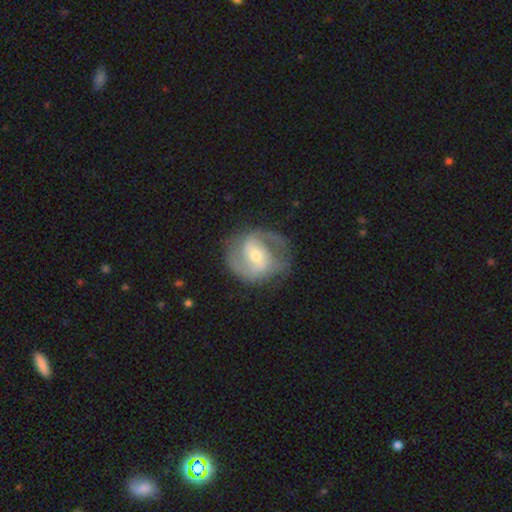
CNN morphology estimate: Smooth or featured? Predicted: featured or disk (p=0.83). Edge-on disk? Predicted: no (p=0.97). Bar? Predicted: weak (p=0.46). Spiral arms? Predicted: yes (p=0.94). Spiral winding? Predicted: medium (p=0.53). Spiral arm count? Predicted: 2 (p=0.84). Bulge size? Predicted: moderate (p=0.53). Merging? Predicted: none (p=0.72).